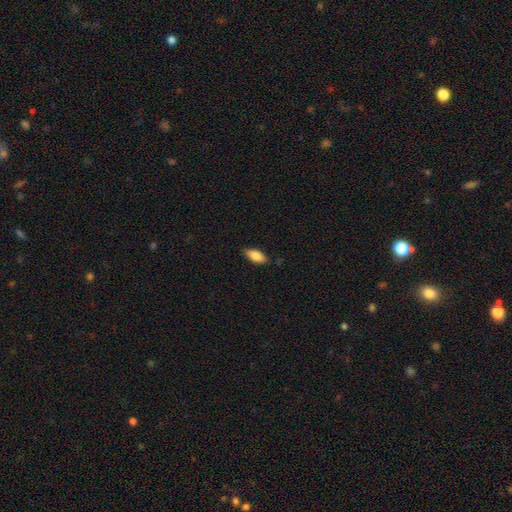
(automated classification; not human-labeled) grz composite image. It shows a smooth galaxy with no disk features (84%) that is in between round and cigar-shaped (87%). Merging: none (84%).